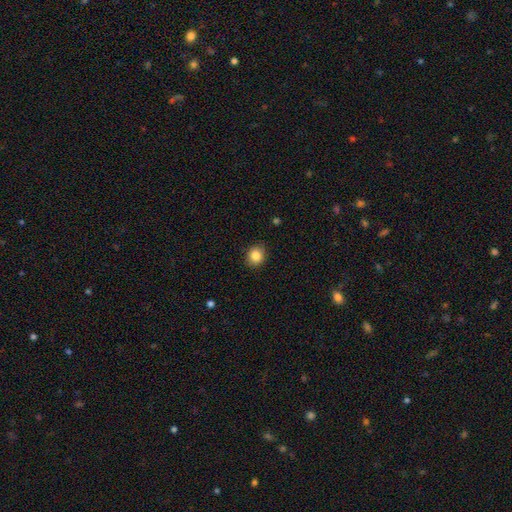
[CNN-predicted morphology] Overall: smooth (85%). How rounded: round (77%). Merging: none (89%).